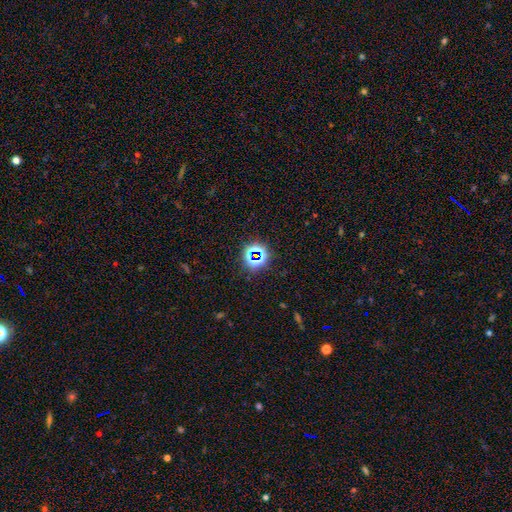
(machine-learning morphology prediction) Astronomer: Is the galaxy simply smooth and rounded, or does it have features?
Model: star or artifact — 69%.